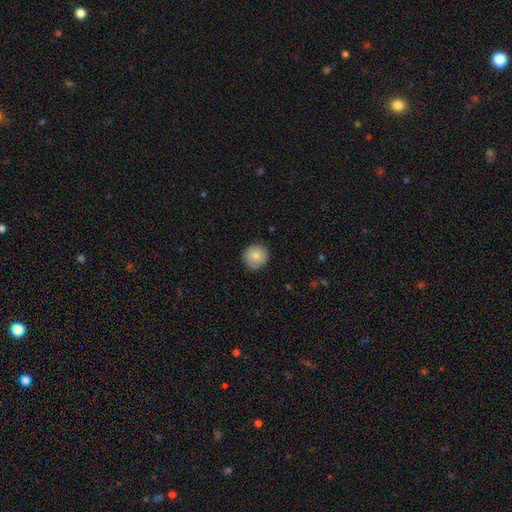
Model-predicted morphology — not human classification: Smooth or featured: smooth — 81% (featured or disk — 11%)
How rounded: round — 94% (in between — 5%)
Merging: none — 83% (minor disturbance — 13%)